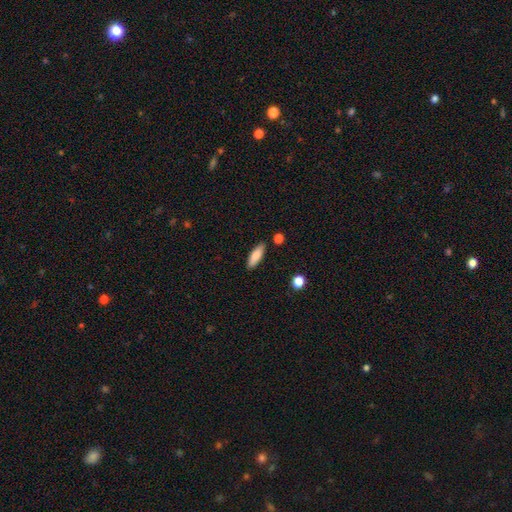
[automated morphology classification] Q: Smooth or featured?
A: smooth (83%); runner-up: featured or disk (11%)
Q: How rounded?
A: in between (50%); runner-up: cigar-shaped (48%)
Q: Merging?
A: none (86%); runner-up: minor disturbance (9%)